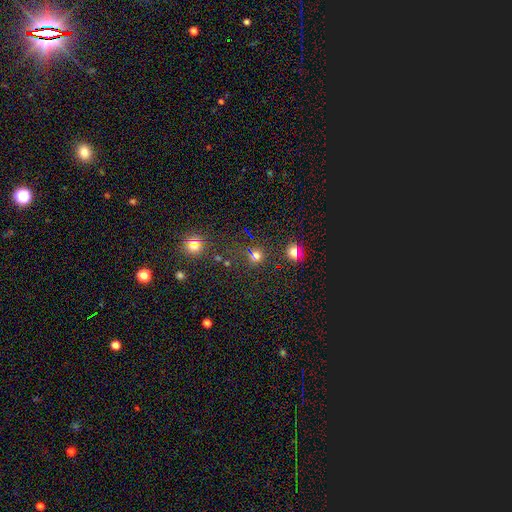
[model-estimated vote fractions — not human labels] The model was most divided on "smooth or featured": smooth: 61%, star or artifact: 32%, featured or disk: 6%. More confident: how rounded — round (90%); merging — none (76%).